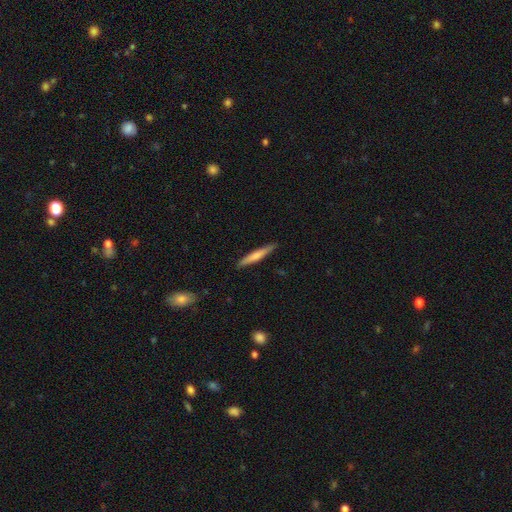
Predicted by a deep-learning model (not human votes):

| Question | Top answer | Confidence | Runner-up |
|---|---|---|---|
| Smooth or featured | smooth | 64% | featured or disk (31%) |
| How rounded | cigar-shaped | 94% | in between (4%) |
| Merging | none | 89% | minor disturbance (8%) |